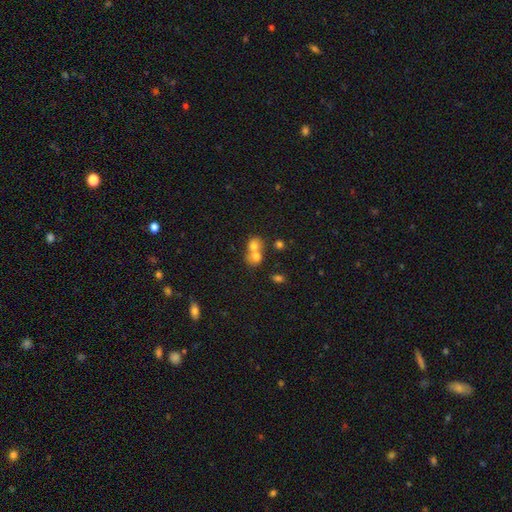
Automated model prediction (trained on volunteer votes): Q: Smooth or featured?
A: smooth (71%); runner-up: featured or disk (18%)
Q: How rounded?
A: round (65%); runner-up: in between (34%)
Q: Merging?
A: merger (68%); runner-up: none (24%)